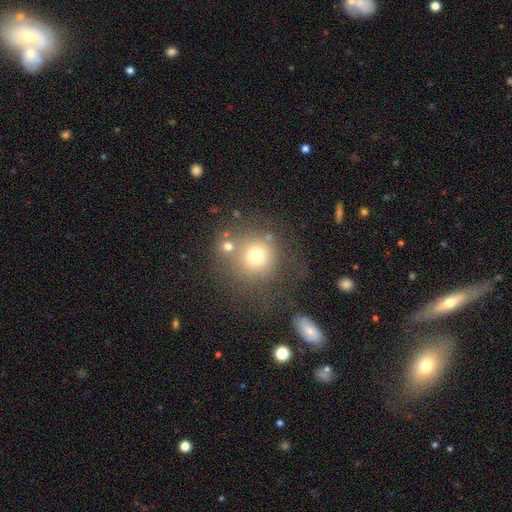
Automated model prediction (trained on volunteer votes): This is likely a smooth galaxy (69%). How rounded: clearly round (92%). Merging: possibly none (57%).